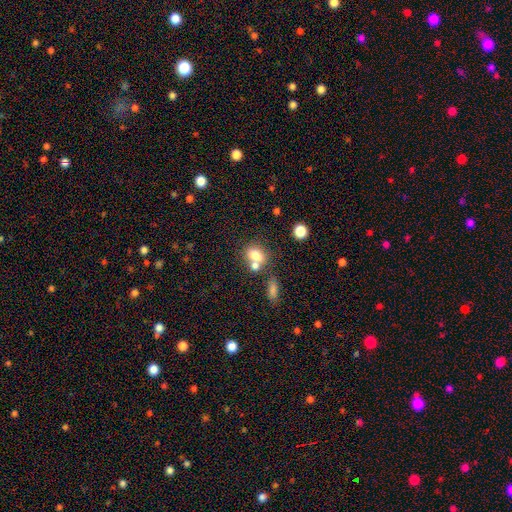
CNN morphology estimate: Smooth or featured?
  - smooth: 75% *
  - featured or disk: 13%
  - star or artifact: 12%
How rounded?
  - in between: 66% *
  - round: 32%
  - cigar-shaped: 2%
Merging?
  - merger: 44% *
  - none: 40%
  - minor disturbance: 11%
  - major disturbance: 5%